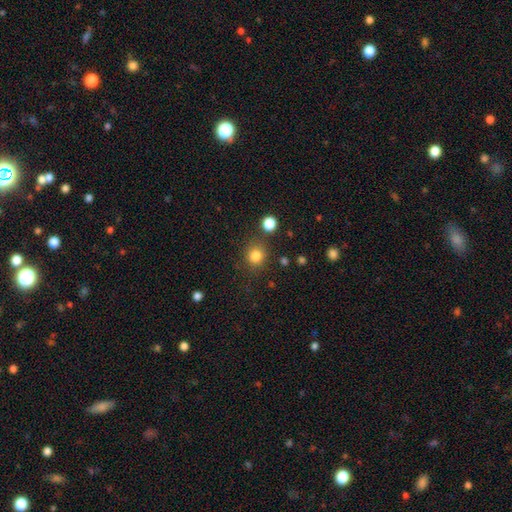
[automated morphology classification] Smooth or featured? Predicted: smooth (p=0.83). How rounded? Predicted: round (p=0.87). Merging? Predicted: none (p=0.82).